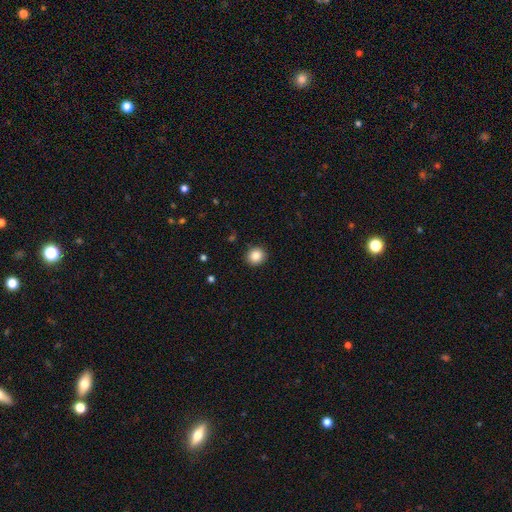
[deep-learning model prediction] This appears to be a smooth galaxy with no disk features (86%) that is round (86%). Merging: none (91%).